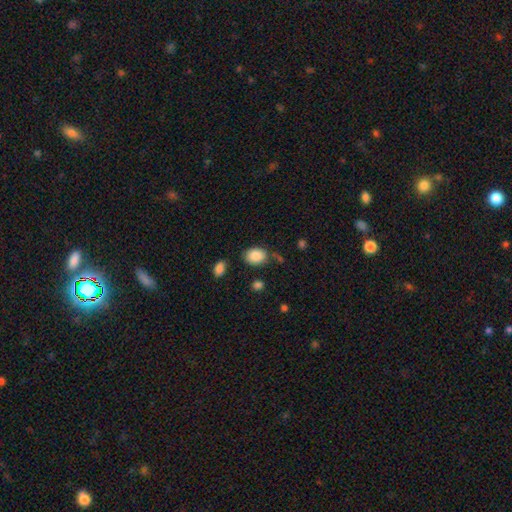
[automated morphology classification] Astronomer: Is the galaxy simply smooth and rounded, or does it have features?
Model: smooth — 88%.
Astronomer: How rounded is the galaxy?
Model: in between — 69%.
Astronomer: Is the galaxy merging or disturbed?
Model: none — 74%.